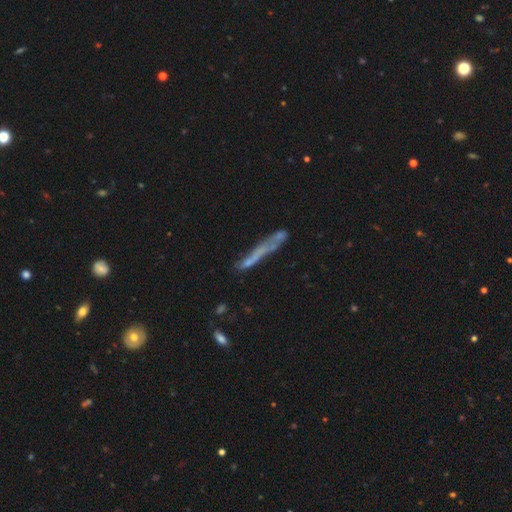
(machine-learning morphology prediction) This appears to be a featured or disk galaxy (46%). Merging: none (54%).